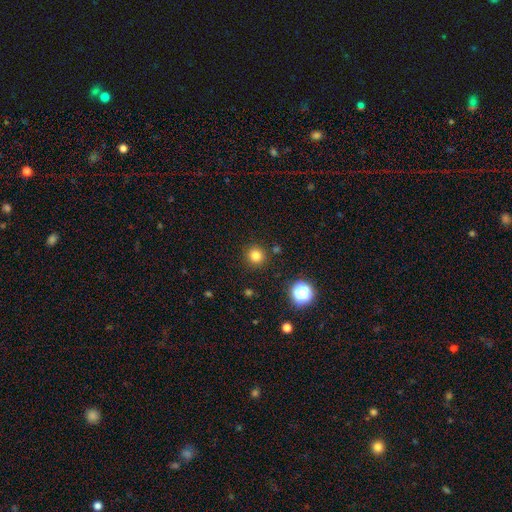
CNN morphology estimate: Smooth or featured: smooth — 80% (star or artifact — 15%)
How rounded: round — 94% (in between — 5%)
Merging: none — 89% (minor disturbance — 6%)